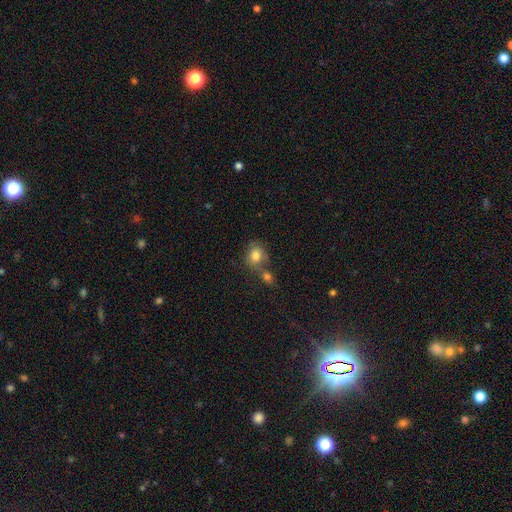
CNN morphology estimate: Smooth or featured?
  - smooth: 81% *
  - featured or disk: 10%
  - star or artifact: 9%
How rounded?
  - round: 59% *
  - in between: 40%
  - cigar-shaped: 1%
Merging?
  - none: 49% *
  - merger: 32%
  - minor disturbance: 14%
  - major disturbance: 5%